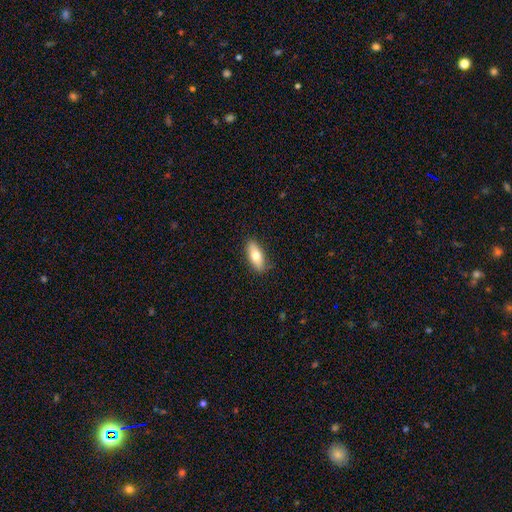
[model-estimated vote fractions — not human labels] Q: Smooth or featured?
A: smooth (71%); runner-up: featured or disk (22%)
Q: How rounded?
A: in between (76%); runner-up: cigar-shaped (21%)
Q: Merging?
A: none (85%); runner-up: minor disturbance (12%)